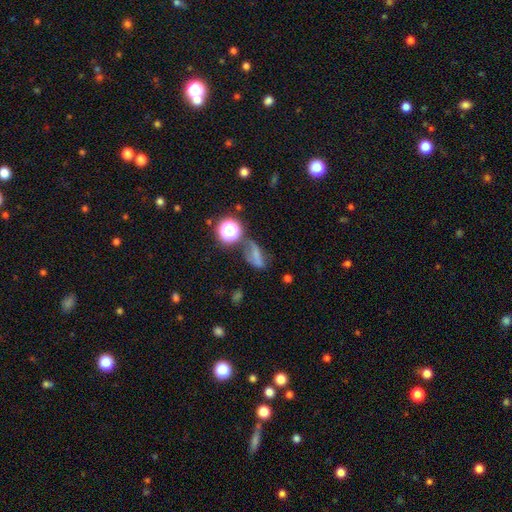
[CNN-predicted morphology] Smooth or featured? smooth (52%)
How rounded? in between (61%)
Merging? none (41%)